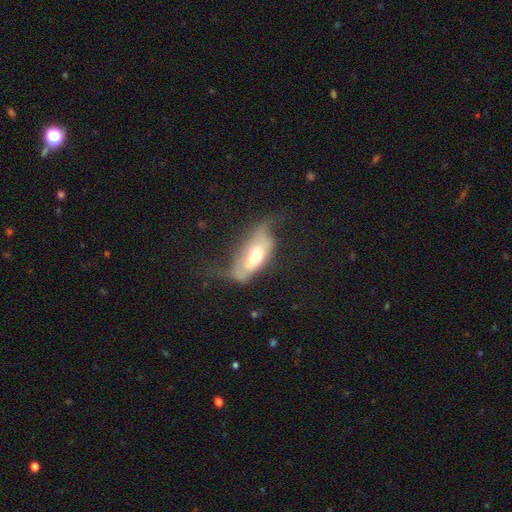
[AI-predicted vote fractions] Overall: smooth (51%; featured or disk 42%). How rounded: in between (83%). Merging: major disturbance (36%; minor disturbance 31%).